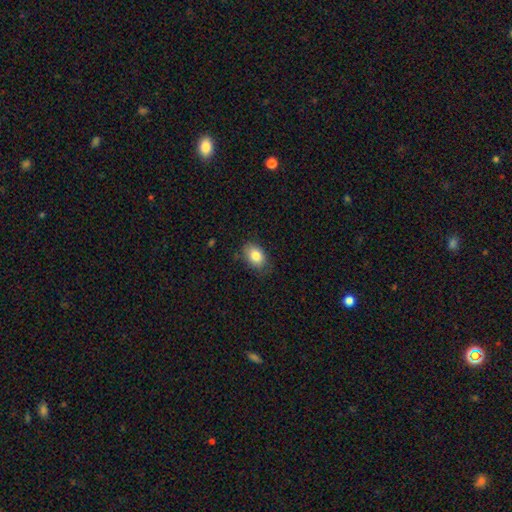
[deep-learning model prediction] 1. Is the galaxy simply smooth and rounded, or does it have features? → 83% smooth, 8% featured or disk, 8% star or artifact.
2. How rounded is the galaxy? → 79% in between, 20% round, 1% cigar-shaped.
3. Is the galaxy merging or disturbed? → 78% none, 17% minor disturbance, 3% major disturbance, 1% merger.